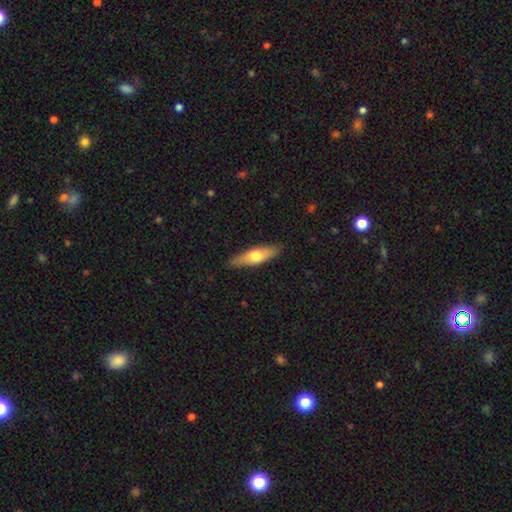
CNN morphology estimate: smooth-or-featured: smooth: 56% | featured or disk: 38% | star or artifact: 5%
  how-rounded: cigar-shaped: 60% | in between: 38% | round: 2%
  merging: none: 86% | minor disturbance: 10% | major disturbance: 2% | merger: 1%